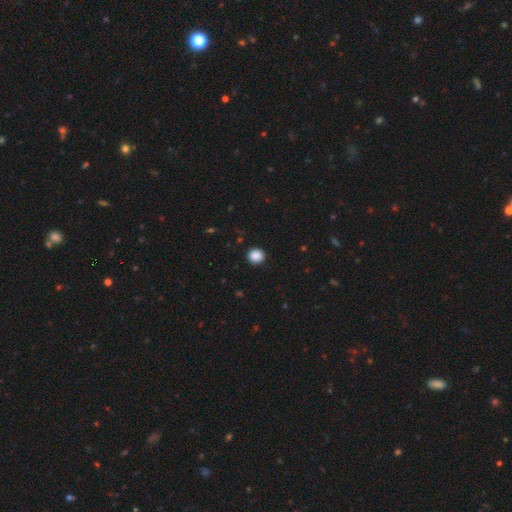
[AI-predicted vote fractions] Smooth or featured? smooth (88%)
How rounded? round (93%)
Merging? none (92%)